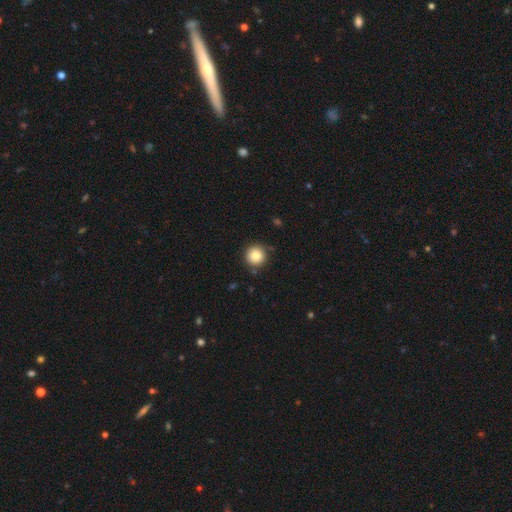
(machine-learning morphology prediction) smooth_or_featured: smooth (p=0.83) [alt: star or artifact p=0.10]
how_rounded: round (p=0.95) [alt: in between p=0.04]
merging: none (p=0.83) [alt: minor disturbance p=0.11]